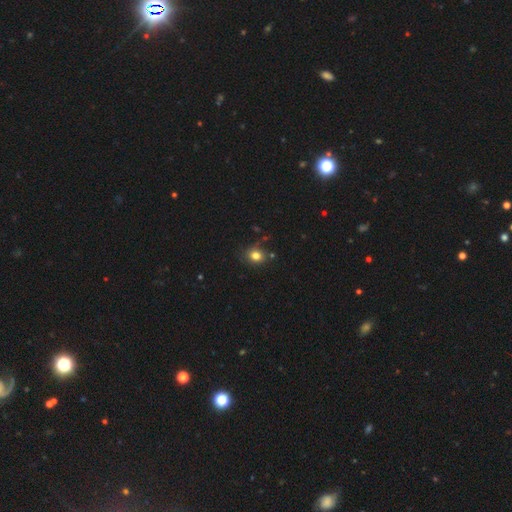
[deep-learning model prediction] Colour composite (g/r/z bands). It shows a smooth galaxy with no disk features (80%) that is round (69%). Merging: none (73%).